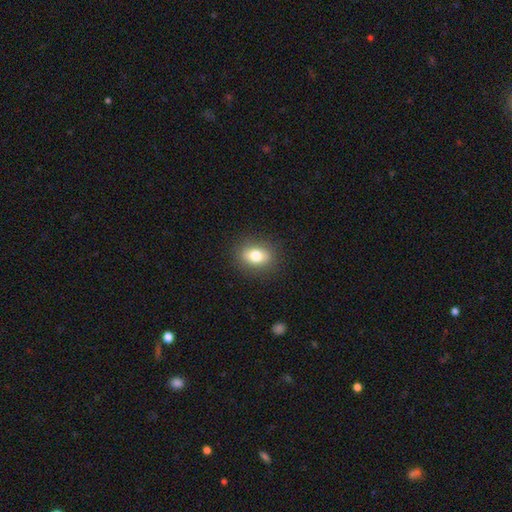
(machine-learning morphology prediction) Q: Smooth or featured?
A: smooth (76%); runner-up: featured or disk (15%)
Q: How rounded?
A: in between (66%); runner-up: round (31%)
Q: Merging?
A: none (87%); runner-up: minor disturbance (9%)